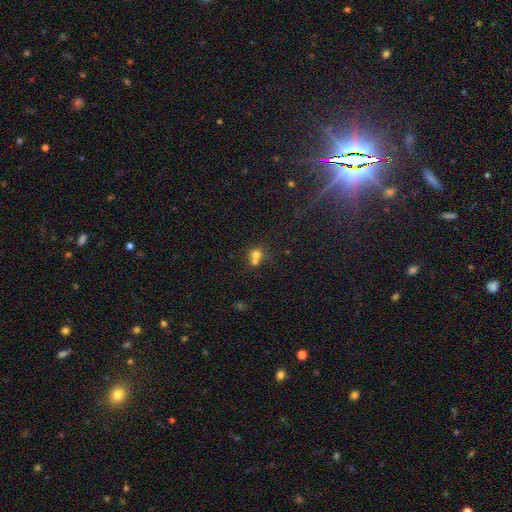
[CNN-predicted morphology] Smooth or featured?
  - smooth: 71% *
  - star or artifact: 15%
  - featured or disk: 14%
How rounded?
  - round: 80% *
  - in between: 19%
  - cigar-shaped: 1%
Merging?
  - merger: 58% *
  - none: 33%
  - minor disturbance: 6%
  - major disturbance: 3%